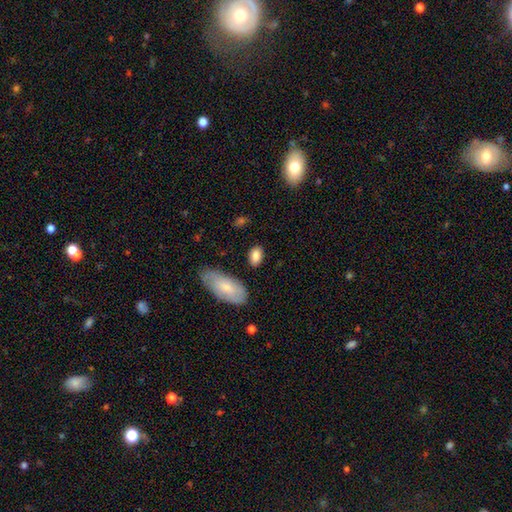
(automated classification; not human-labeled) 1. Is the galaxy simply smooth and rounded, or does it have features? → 85% smooth, 9% featured or disk, 7% star or artifact.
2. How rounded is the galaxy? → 88% in between, 8% round, 4% cigar-shaped.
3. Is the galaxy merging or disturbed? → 79% none, 13% minor disturbance, 4% major disturbance, 4% merger.